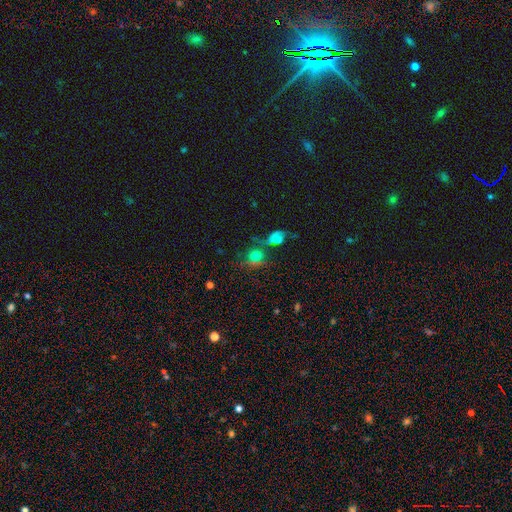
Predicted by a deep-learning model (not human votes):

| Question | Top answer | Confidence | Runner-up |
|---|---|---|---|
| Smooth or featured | smooth | 55% | star or artifact (25%) |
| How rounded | round | 80% | in between (18%) |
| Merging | none | 48% | merger (26%) |